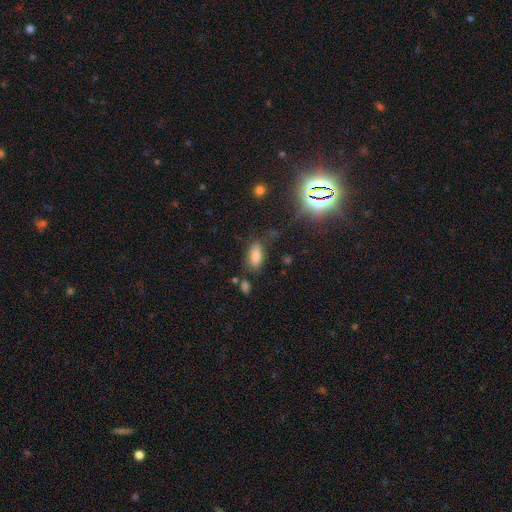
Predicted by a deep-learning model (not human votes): Q: Smooth or featured?
A: smooth (79%); runner-up: star or artifact (13%)
Q: How rounded?
A: in between (88%); runner-up: cigar-shaped (9%)
Q: Merging?
A: none (76%); runner-up: minor disturbance (15%)